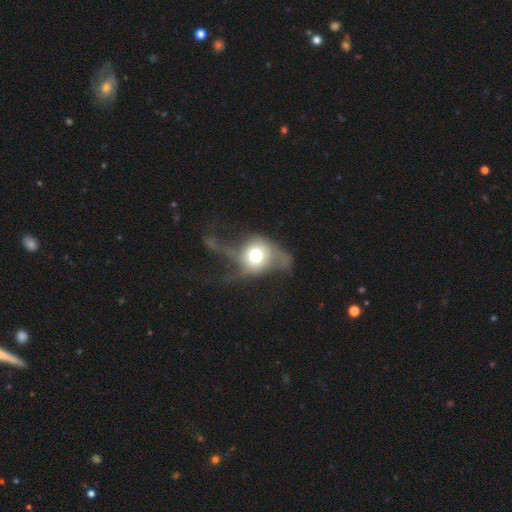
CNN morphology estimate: smooth_or_featured: smooth (p=0.45) [tied with: featured or disk p=0.45]
merging: major disturbance (p=0.56) [alt: none p=0.22]